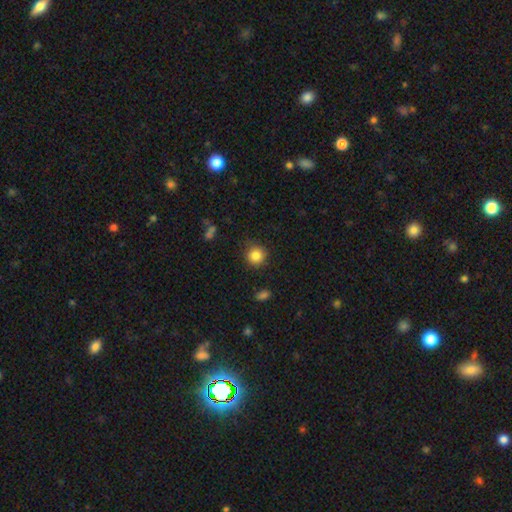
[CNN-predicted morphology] Smooth or featured?
  - smooth: 84% *
  - star or artifact: 11%
  - featured or disk: 5%
How rounded?
  - round: 92% *
  - in between: 7%
  - cigar-shaped: 1%
Merging?
  - none: 85% *
  - minor disturbance: 11%
  - major disturbance: 3%
  - merger: 2%